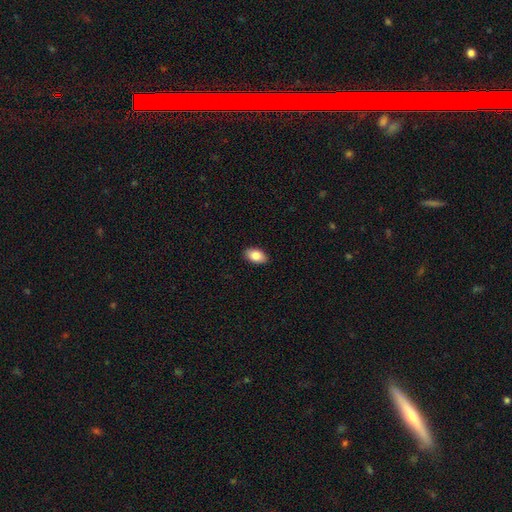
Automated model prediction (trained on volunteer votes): Q: Smooth or featured?
A: smooth (85%); runner-up: featured or disk (8%)
Q: How rounded?
A: in between (93%); runner-up: round (5%)
Q: Merging?
A: none (89%); runner-up: minor disturbance (8%)